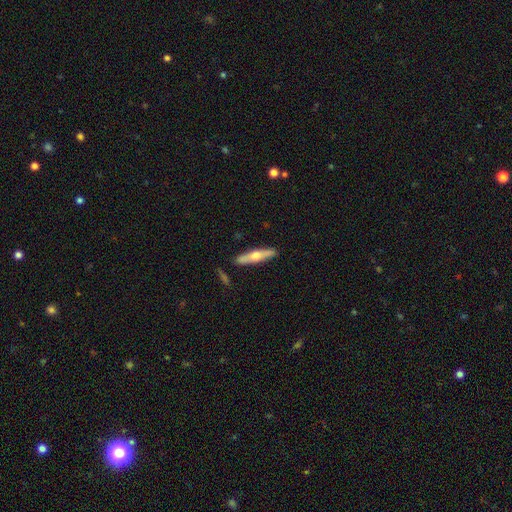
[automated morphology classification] type=featured or disk (50%); merging=none (86%).